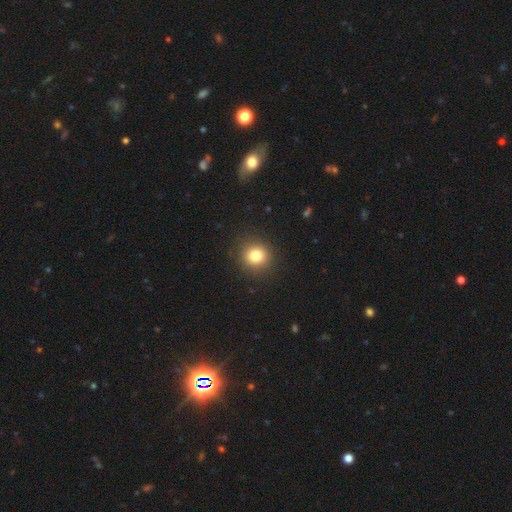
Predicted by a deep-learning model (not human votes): smooth-or-featured: smooth: 81% | star or artifact: 12% | featured or disk: 7%
  how-rounded: round: 90% | in between: 9% | cigar-shaped: 1%
  merging: none: 90% | minor disturbance: 6% | major disturbance: 2% | merger: 1%